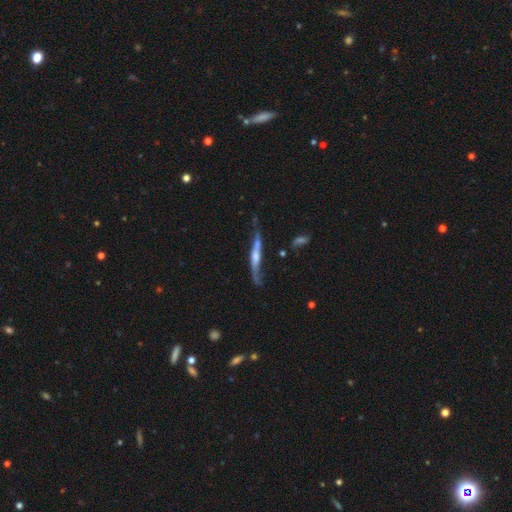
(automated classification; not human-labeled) Overall: featured or disk (67%). Edge-on disk: yes (75%). Edge-on bulge: rounded (51%; none 25%). Merging: none (44%; minor disturbance 27%).